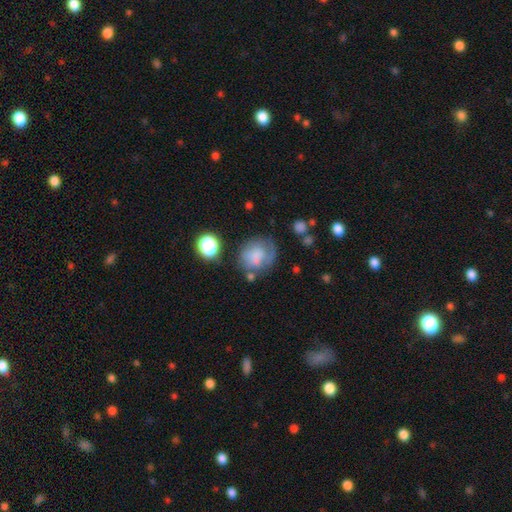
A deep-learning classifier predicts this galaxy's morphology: type=smooth (65%); roundness=round (71%); merging=none (48%).